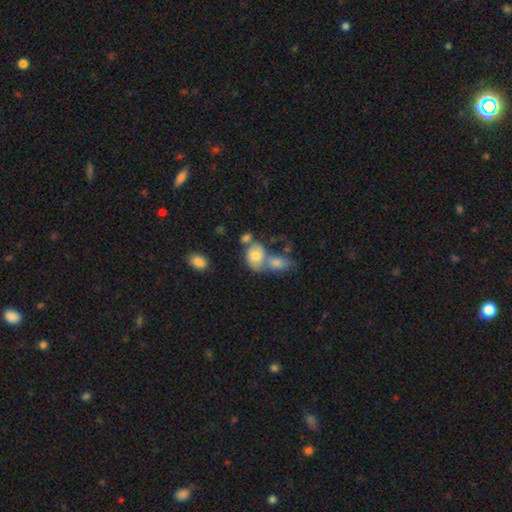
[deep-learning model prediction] smooth 69%, featured or disk 22%, star or artifact 8%. Down the decision tree: how rounded — in between (72%); merging — merger (55%).